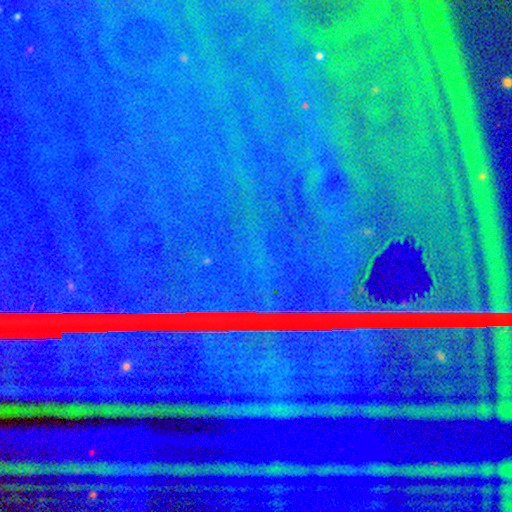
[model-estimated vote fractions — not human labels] The model was most divided on "smooth or featured": star or artifact: 87%, featured or disk: 7%, smooth: 6%.